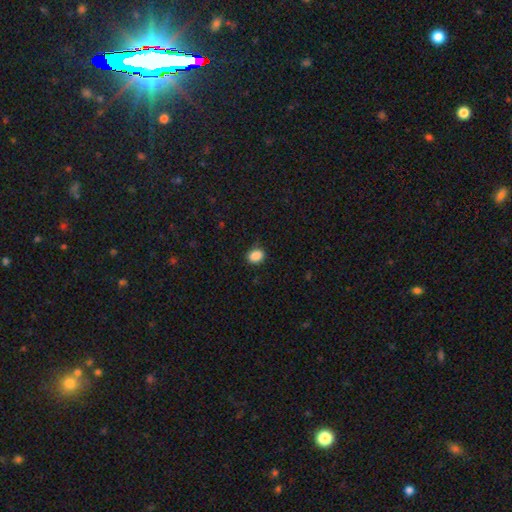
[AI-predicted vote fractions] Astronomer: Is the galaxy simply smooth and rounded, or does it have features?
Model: smooth — 88%.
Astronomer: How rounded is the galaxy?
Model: in between — 59% (runner-up: round, 40%).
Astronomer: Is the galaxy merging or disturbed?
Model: none — 85%.